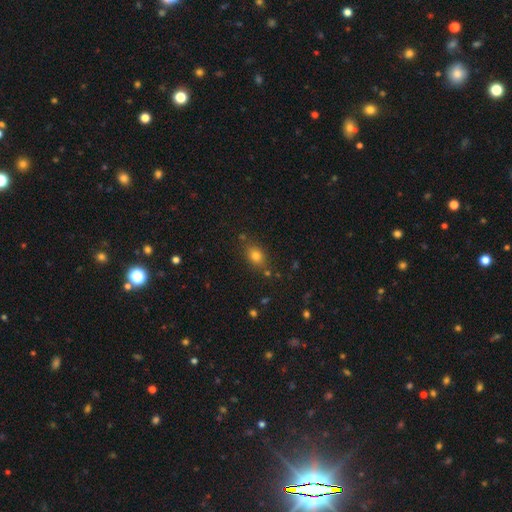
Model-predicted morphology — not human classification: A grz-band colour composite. It shows a smooth galaxy with no disk features (78%) that is in between round and cigar-shaped (68%). Merging: none (77%).